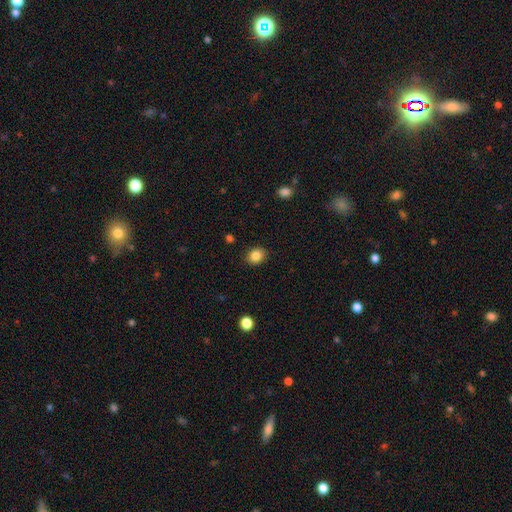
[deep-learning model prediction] smooth_or_featured: smooth (p=0.85) [alt: star or artifact p=0.10]
how_rounded: round (p=0.57) [alt: in between p=0.43]
merging: none (p=0.89) [alt: minor disturbance p=0.08]